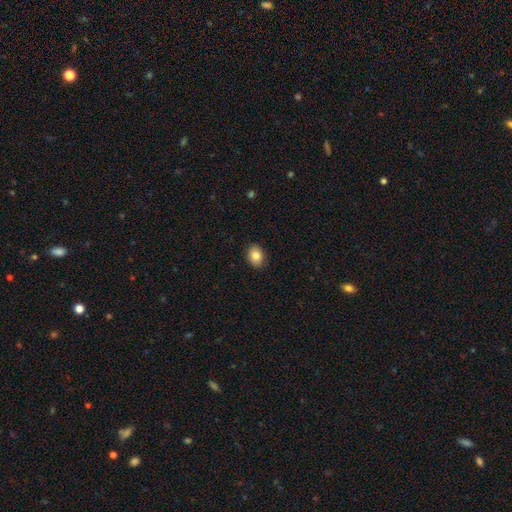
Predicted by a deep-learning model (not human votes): Q: Smooth or featured?
A: smooth (84%); runner-up: star or artifact (8%)
Q: How rounded?
A: in between (70%); runner-up: round (29%)
Q: Merging?
A: none (90%); runner-up: minor disturbance (8%)